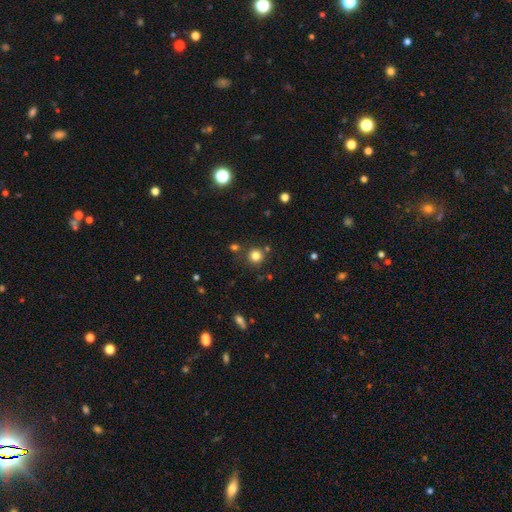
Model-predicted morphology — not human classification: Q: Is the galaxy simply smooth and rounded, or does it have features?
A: smooth — 80%.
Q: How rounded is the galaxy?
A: round — 94%.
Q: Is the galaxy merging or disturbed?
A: none — 83%.